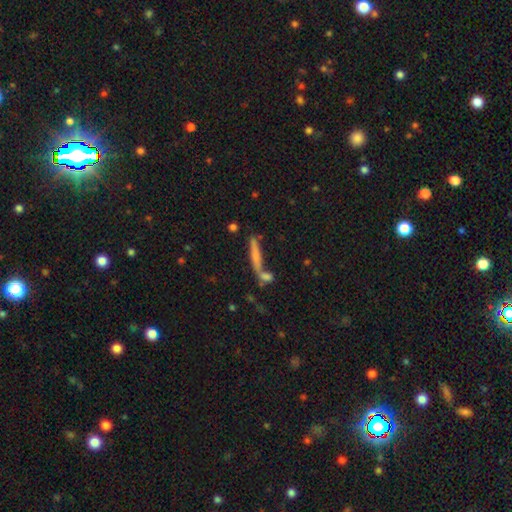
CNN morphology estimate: The model was most divided on "smooth or featured": smooth: 56%, featured or disk: 34%, star or artifact: 10%. More confident: how rounded — cigar-shaped (90%); merging — none (56%).